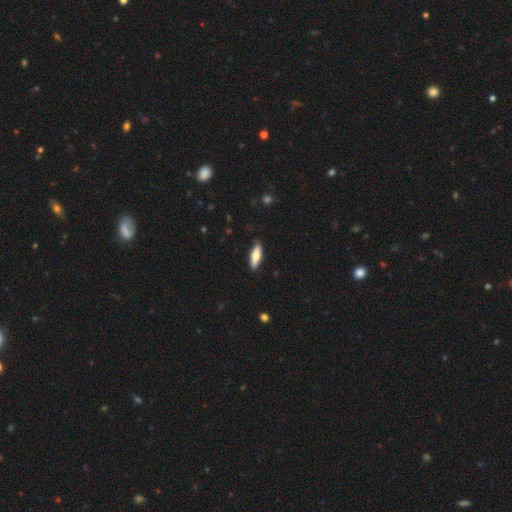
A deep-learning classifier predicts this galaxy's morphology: Smooth or featured?
  - smooth: 72% *
  - featured or disk: 23%
  - star or artifact: 5%
How rounded?
  - in between: 51% *
  - cigar-shaped: 48%
  - round: 2%
Merging?
  - none: 87% *
  - minor disturbance: 10%
  - major disturbance: 2%
  - merger: 1%